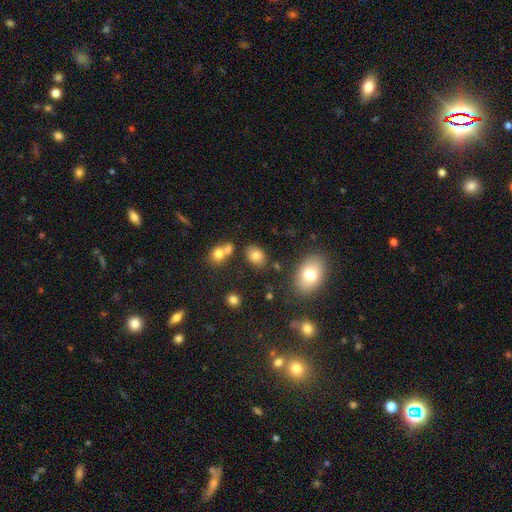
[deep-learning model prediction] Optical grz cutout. It shows a smooth galaxy with no disk features (79%) that is in between round and cigar-shaped (73%). Merging: none (73%).